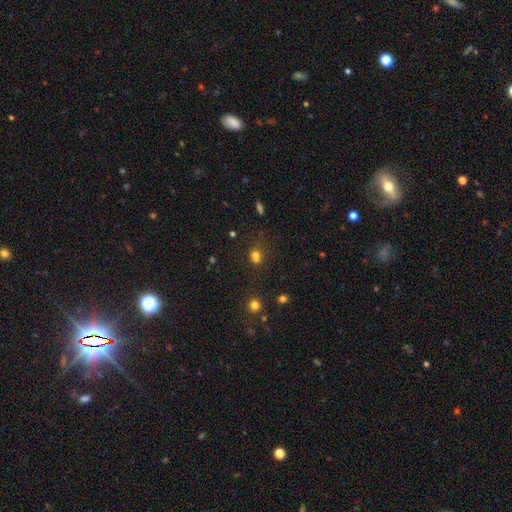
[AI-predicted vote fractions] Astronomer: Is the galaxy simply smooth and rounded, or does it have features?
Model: smooth — 70%.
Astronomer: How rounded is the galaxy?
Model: round — 61% (runner-up: in between, 37%).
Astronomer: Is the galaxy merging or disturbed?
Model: none — 47% (runner-up: merger, 31%).